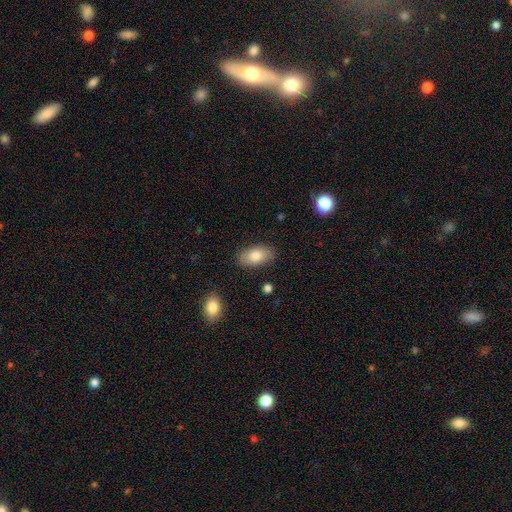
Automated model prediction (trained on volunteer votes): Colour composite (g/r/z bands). It shows a smooth galaxy with no disk features (80%) that is in between round and cigar-shaped (93%). Merging: none (85%).